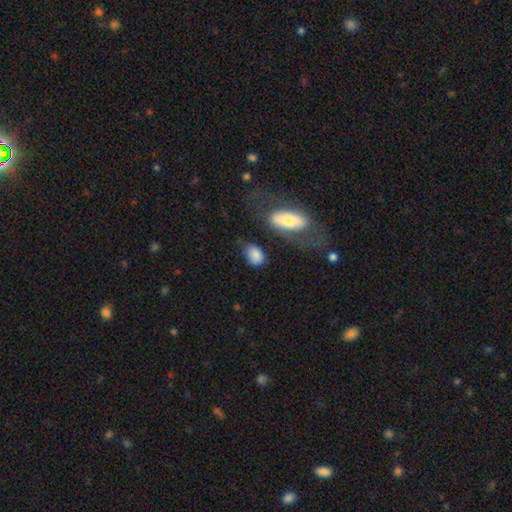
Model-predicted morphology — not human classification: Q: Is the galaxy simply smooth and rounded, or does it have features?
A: smooth — 84%.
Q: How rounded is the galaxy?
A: in between — 82%.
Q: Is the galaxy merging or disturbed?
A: none — 63%.